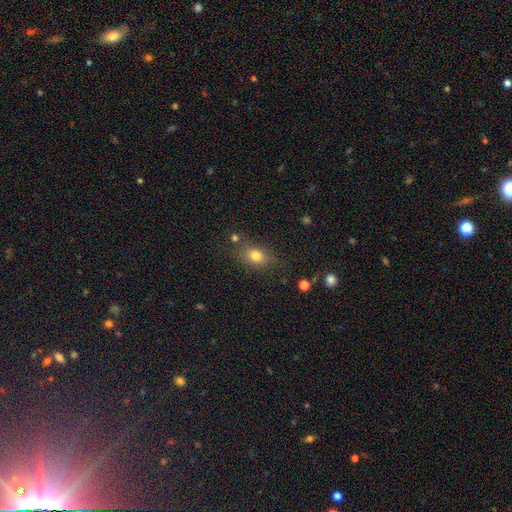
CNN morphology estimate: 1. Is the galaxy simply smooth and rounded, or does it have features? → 78% smooth, 12% star or artifact, 10% featured or disk.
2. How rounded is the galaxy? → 71% in between, 26% round, 3% cigar-shaped.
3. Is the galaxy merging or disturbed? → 75% none, 15% minor disturbance, 5% merger, 5% major disturbance.